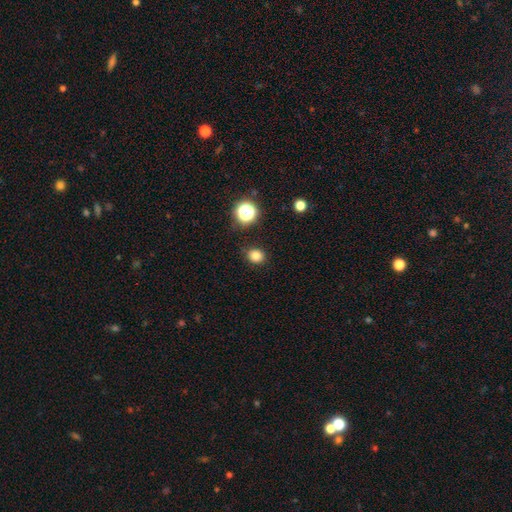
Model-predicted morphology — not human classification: This appears to be a smooth galaxy with no disk features (81%) that is round (69%). Merging: none (86%).